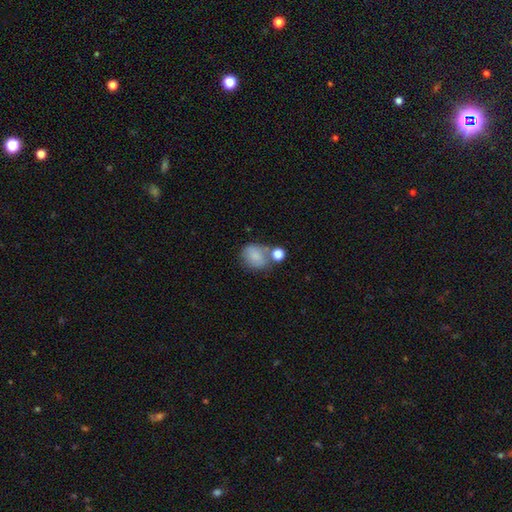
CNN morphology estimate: Overall: smooth (78%). How rounded: round (59%; in between 40%). Merging: none (46%; merger 25%).